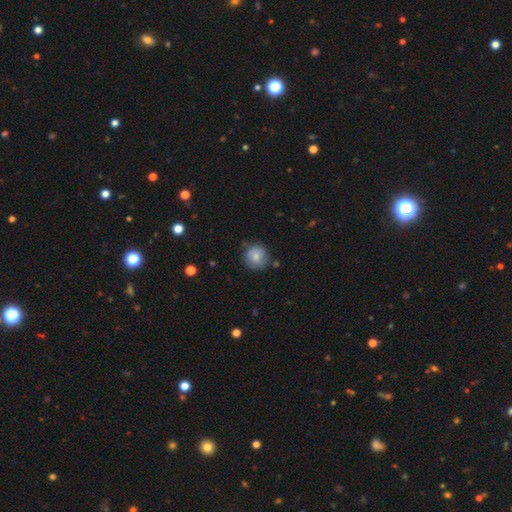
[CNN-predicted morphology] type=smooth (78%); roundness=round (93%); merging=none (77%).